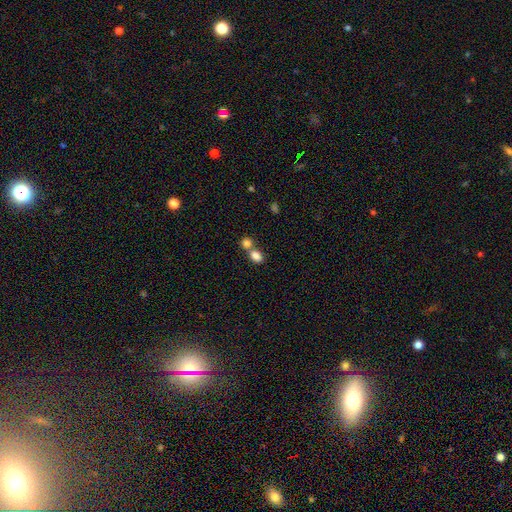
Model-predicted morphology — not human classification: Overall: smooth (83%). How rounded: in between (69%; round 29%). Merging: merger (52%; none 37%).